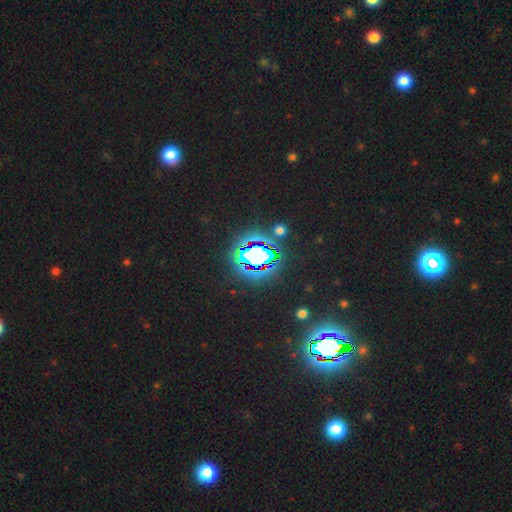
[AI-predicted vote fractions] Smooth or featured?
  - star or artifact: 73% *
  - smooth: 16%
  - featured or disk: 11%